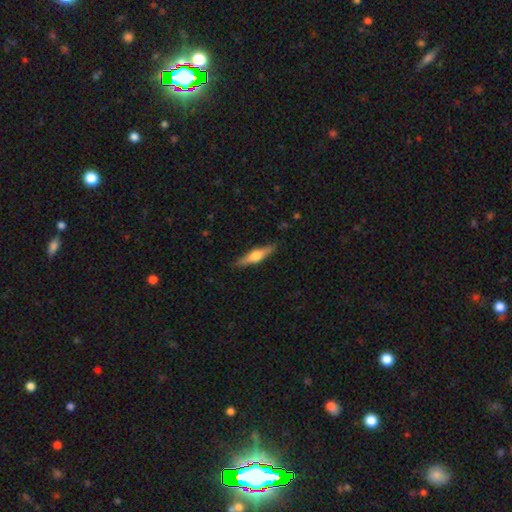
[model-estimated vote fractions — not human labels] This appears to be a featured or disk galaxy (53%) viewed edge-on (95%) with a rounded central bulge (91%). Merging: none (89%).